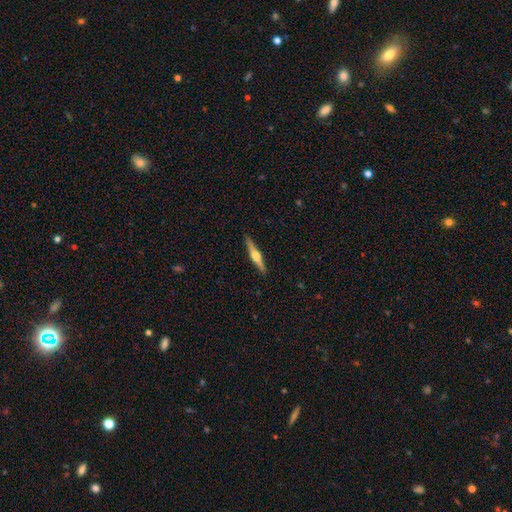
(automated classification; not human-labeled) Smooth or featured? Predicted: featured or disk (p=0.69). Edge-on disk? Predicted: yes (p=0.98). Edge-on bulge? Predicted: rounded (p=0.93). Merging? Predicted: none (p=0.91).